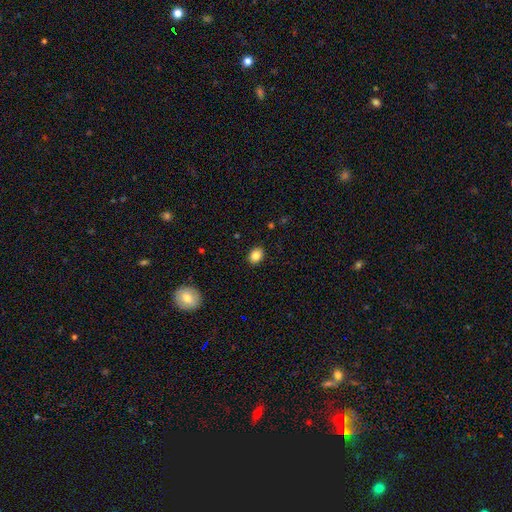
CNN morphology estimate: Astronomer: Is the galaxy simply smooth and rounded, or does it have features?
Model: smooth — 85%.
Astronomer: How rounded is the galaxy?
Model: in between — 63%.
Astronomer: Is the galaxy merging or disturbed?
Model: none — 89%.